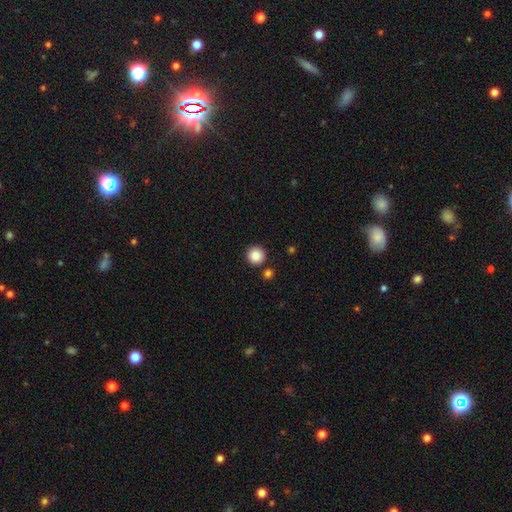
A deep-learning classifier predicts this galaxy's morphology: Smooth or featured?
  - smooth: 87% *
  - star or artifact: 9%
  - featured or disk: 4%
How rounded?
  - round: 96% *
  - in between: 3%
  - cigar-shaped: 1%
Merging?
  - none: 88% *
  - minor disturbance: 5%
  - merger: 4%
  - major disturbance: 2%